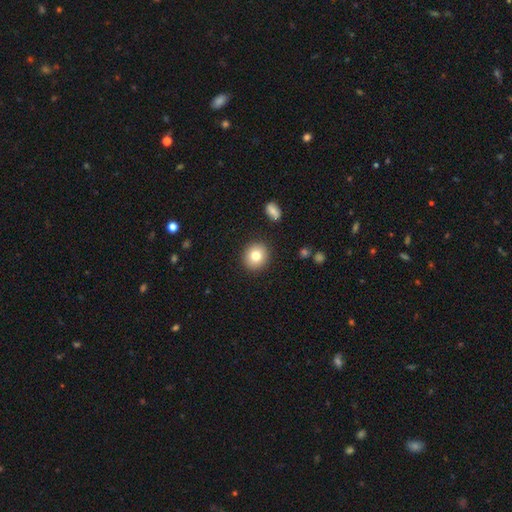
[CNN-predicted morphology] This appears to be a smooth galaxy with no disk features (79%) that is round (86%). Merging: none (90%).